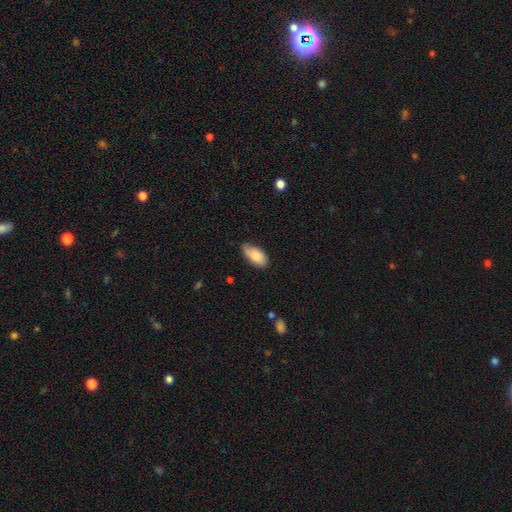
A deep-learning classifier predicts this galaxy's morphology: Smooth or featured: smooth — 82% (featured or disk — 11%)
How rounded: in between — 93% (cigar-shaped — 5%)
Merging: none — 60% (minor disturbance — 33%)